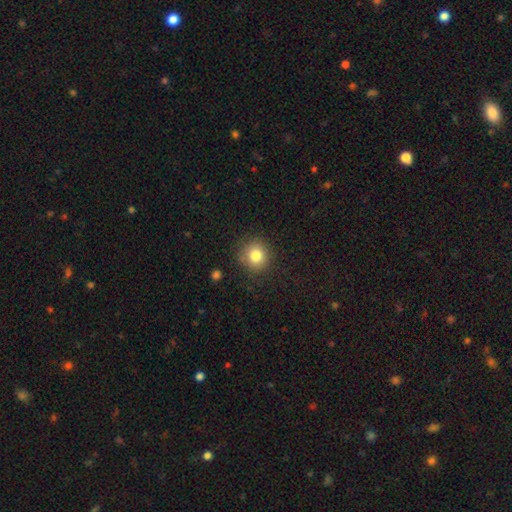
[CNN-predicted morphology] smooth 81%, star or artifact 11%, featured or disk 8%. Down the decision tree: how rounded — round (89%); merging — none (86%).